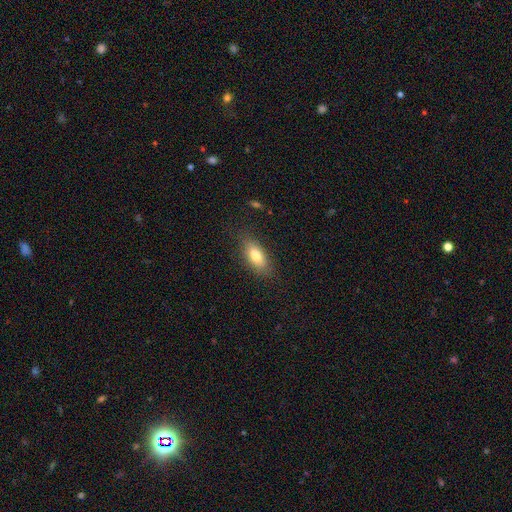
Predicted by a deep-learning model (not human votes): Smooth or featured?
  - smooth: 78% *
  - featured or disk: 15%
  - star or artifact: 7%
How rounded?
  - in between: 82% *
  - cigar-shaped: 14%
  - round: 3%
Merging?
  - none: 80% *
  - minor disturbance: 14%
  - major disturbance: 4%
  - merger: 1%